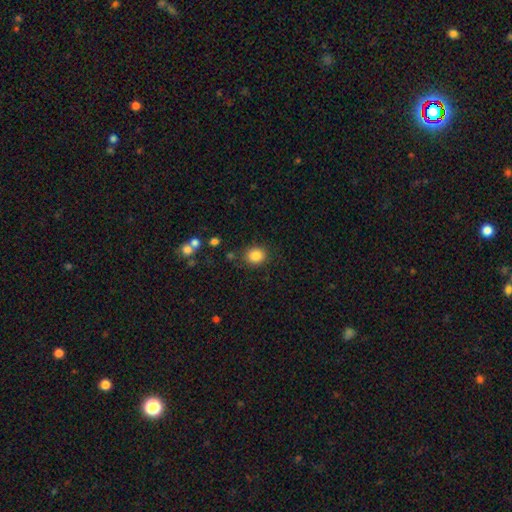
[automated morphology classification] smooth_or_featured: smooth (p=0.85) [alt: star or artifact p=0.10]
how_rounded: round (p=0.76) [alt: in between p=0.24]
merging: none (p=0.84) [alt: minor disturbance p=0.10]